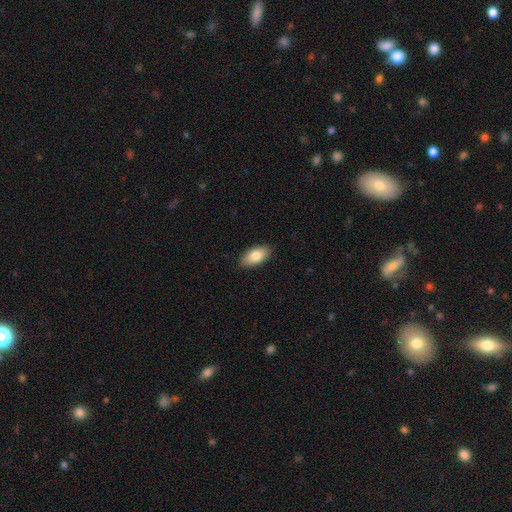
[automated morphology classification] Smooth or featured?
  - smooth: 83% *
  - featured or disk: 11%
  - star or artifact: 6%
How rounded?
  - in between: 93% *
  - cigar-shaped: 5%
  - round: 3%
Merging?
  - none: 89% *
  - minor disturbance: 8%
  - major disturbance: 2%
  - merger: 1%